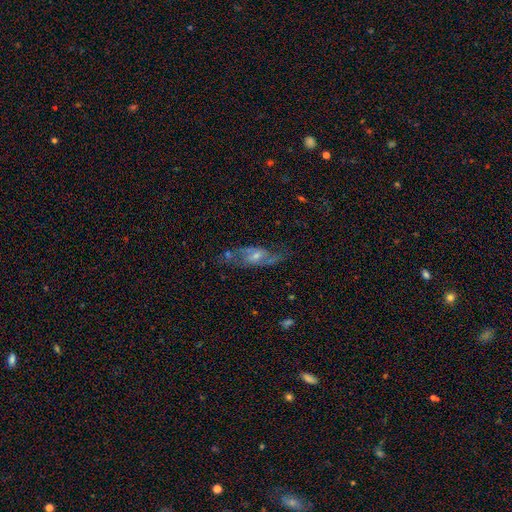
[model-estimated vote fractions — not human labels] Smooth or featured? Predicted: featured or disk (p=0.74). Edge-on disk? Predicted: no (p=0.85). Bar? Predicted: weak (p=0.46). Spiral arms? Predicted: yes (p=0.84). Spiral winding? Predicted: medium (p=0.44). Spiral arm count? Predicted: 2 (p=0.83). Bulge size? Predicted: small (p=0.49). Merging? Predicted: none (p=0.64).